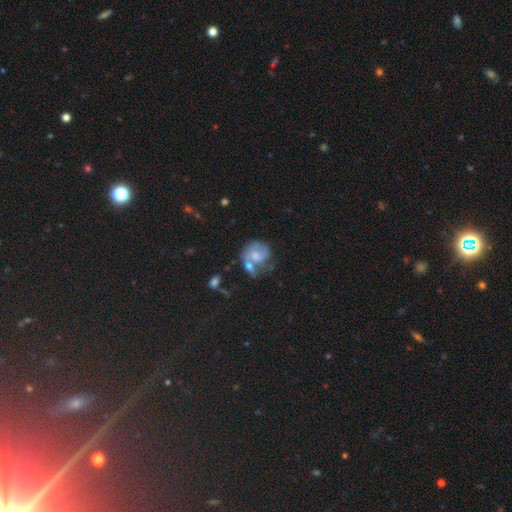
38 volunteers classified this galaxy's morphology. Overall: featured or disk (68%; smooth 29%). Edge-on disk: no (100%). Bar: no (85%). Spiral arms: yes (65%; no 35%). Spiral arm count: 1 (41%; can't tell 29%). Spiral winding: medium (53%; tight 41%). Bulge size: small (46%; moderate 42%). Merging: merger (32%; minor disturbance 24%).